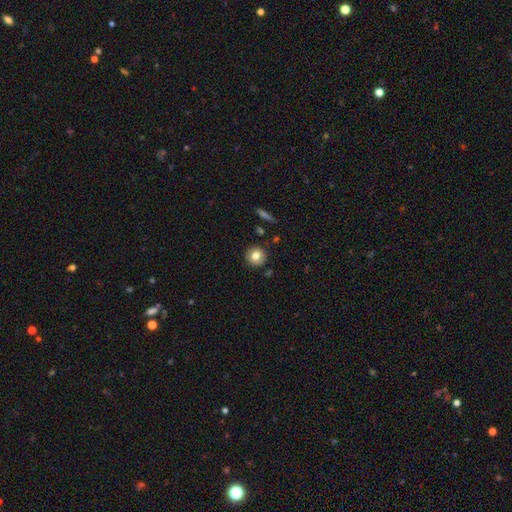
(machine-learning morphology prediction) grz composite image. It shows a smooth galaxy with no disk features (77%) that is round (92%). Merging: none (88%).